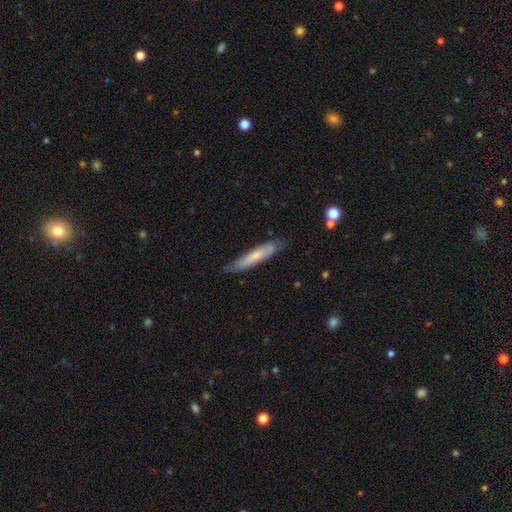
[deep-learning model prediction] A smooth galaxy with no disk features (63%) that is cigar-shaped (90%). Merging: none (79%).